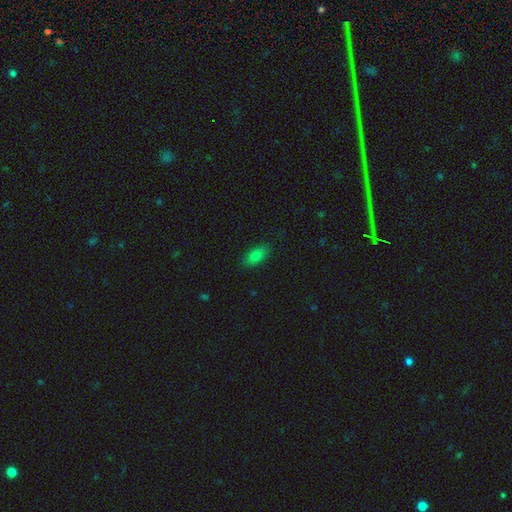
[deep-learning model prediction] A smooth galaxy with no disk features (80%) that is in between round and cigar-shaped (88%). Merging: none (86%).